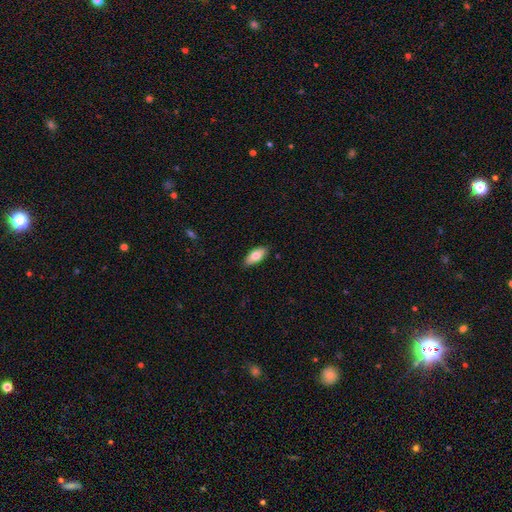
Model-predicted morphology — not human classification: smooth_or_featured: smooth (p=0.77) [alt: featured or disk p=0.17]
how_rounded: in between (p=0.86) [alt: cigar-shaped p=0.12]
merging: none (p=0.86) [alt: minor disturbance p=0.11]